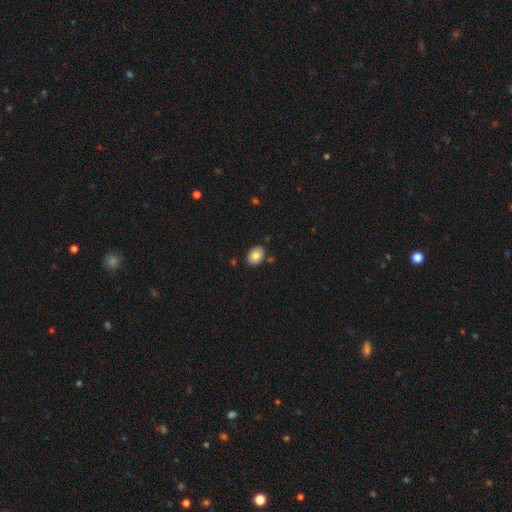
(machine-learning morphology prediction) smooth_or_featured: smooth (p=0.80) [alt: featured or disk p=0.12]
how_rounded: in between (p=0.71) [alt: round p=0.28]
merging: none (p=0.83) [alt: minor disturbance p=0.11]